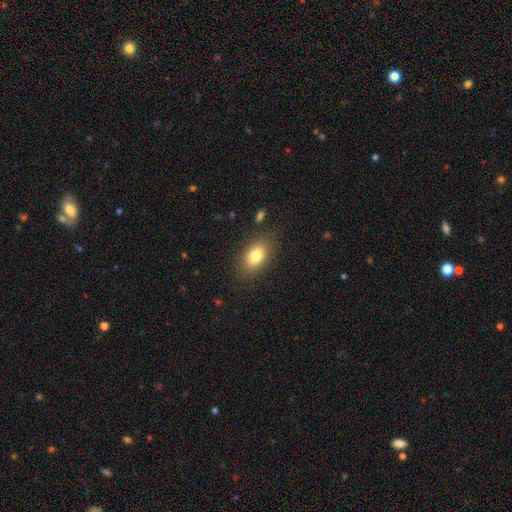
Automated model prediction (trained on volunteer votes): A smooth galaxy with no disk features (80%) that is in between round and cigar-shaped (87%).

Vote fractions:
- Smooth or featured? smooth: 80% / featured or disk: 11% / star or artifact: 9%
- How rounded? in between: 87% / round: 11% / cigar-shaped: 2%
- Merging? none: 83% / minor disturbance: 11% / major disturbance: 4% / merger: 2%